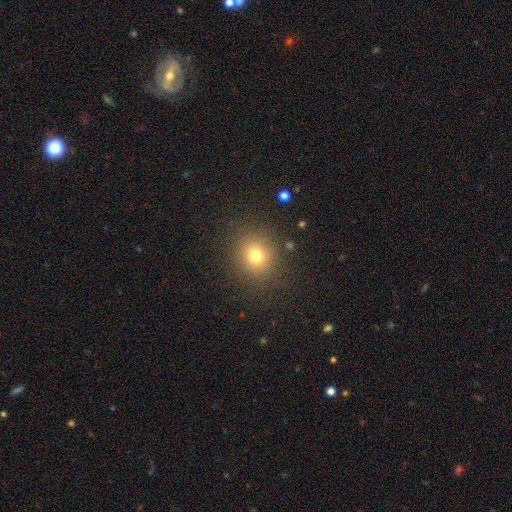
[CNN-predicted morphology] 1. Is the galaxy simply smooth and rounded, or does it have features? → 74% smooth, 16% star or artifact, 10% featured or disk.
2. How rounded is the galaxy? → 83% round, 16% in between, 1% cigar-shaped.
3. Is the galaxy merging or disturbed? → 87% none, 8% minor disturbance, 4% major disturbance, 1% merger.